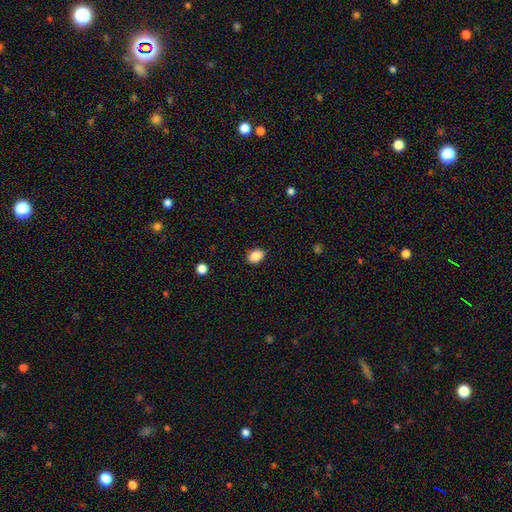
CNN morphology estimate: Q: Smooth or featured?
A: smooth (88%); runner-up: star or artifact (8%)
Q: How rounded?
A: in between (75%); runner-up: round (24%)
Q: Merging?
A: none (88%); runner-up: minor disturbance (9%)